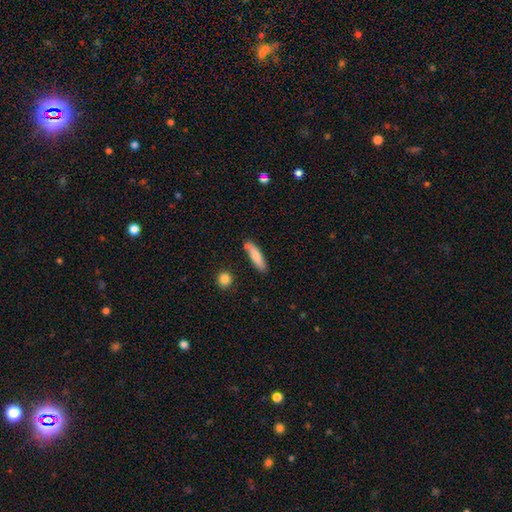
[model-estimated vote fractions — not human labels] This appears to be a smooth galaxy with no disk features (78%) that is cigar-shaped (74%). Merging: none (75%).